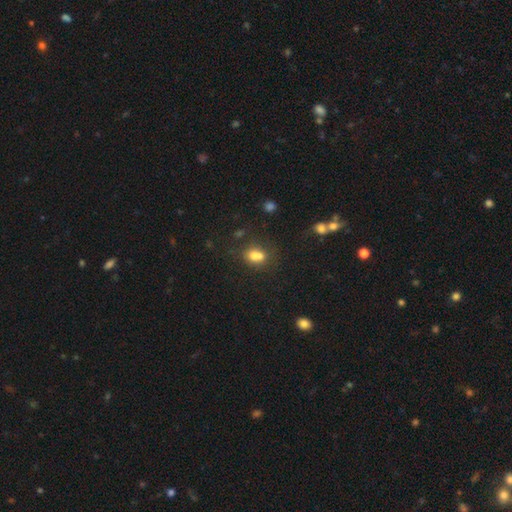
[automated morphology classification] smooth-or-featured: smooth: 71% | featured or disk: 15% | star or artifact: 14%
  how-rounded: in between: 51% | round: 47% | cigar-shaped: 2%
  merging: merger: 48% | none: 35% | minor disturbance: 11% | major disturbance: 5%